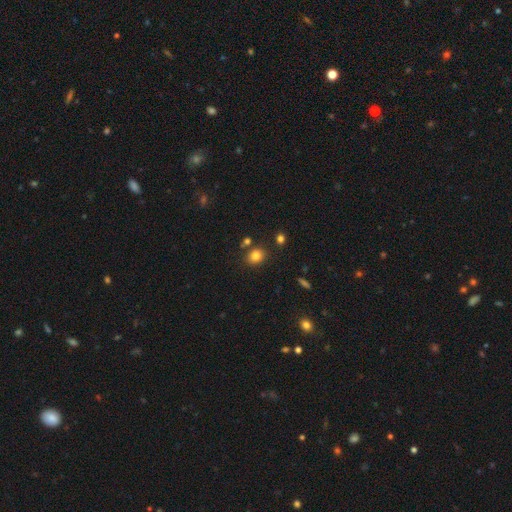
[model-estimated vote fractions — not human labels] This appears to be a smooth galaxy with no disk features (82%) that is round (60%). Merging: none (78%).